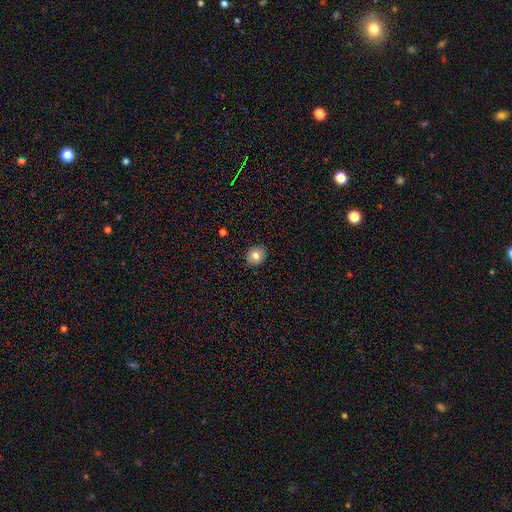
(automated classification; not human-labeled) smooth_or_featured: smooth (p=0.77) [alt: featured or disk p=0.13]
how_rounded: round (p=0.61) [alt: in between p=0.38]
merging: none (p=0.88) [alt: minor disturbance p=0.09]